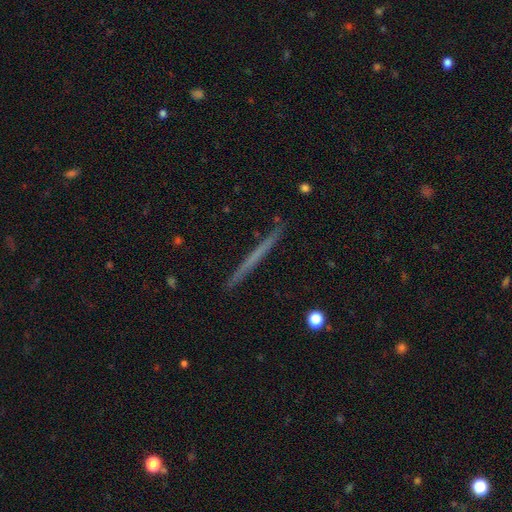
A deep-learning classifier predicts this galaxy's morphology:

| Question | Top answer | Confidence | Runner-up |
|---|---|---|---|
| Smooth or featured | featured or disk | 53% | smooth (40%) |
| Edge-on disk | yes | 97% | no (3%) |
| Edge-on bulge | none | 92% | rounded (5%) |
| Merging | none | 90% | minor disturbance (7%) |